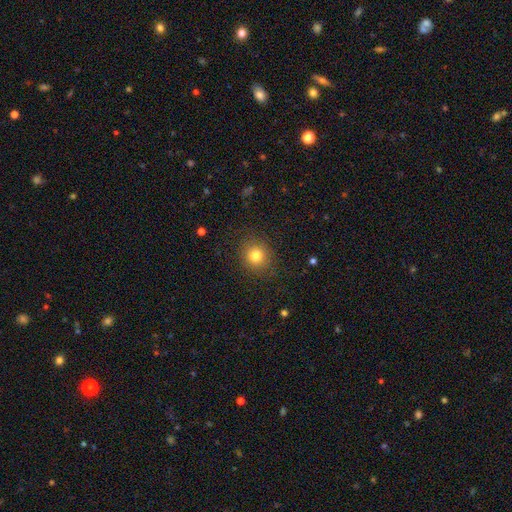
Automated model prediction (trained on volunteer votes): Smooth or featured: smooth — 80% (star or artifact — 13%)
How rounded: round — 87% (in between — 12%)
Merging: none — 87% (minor disturbance — 8%)